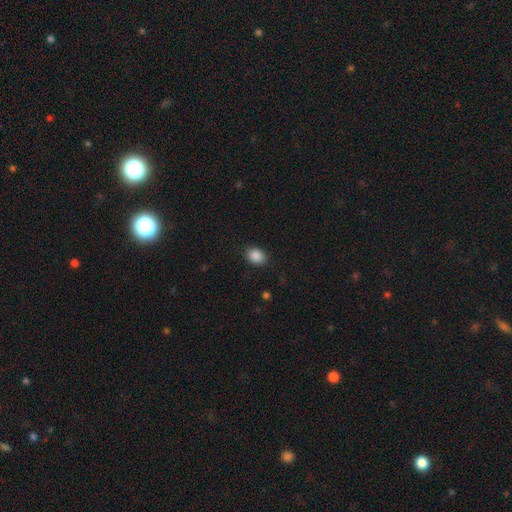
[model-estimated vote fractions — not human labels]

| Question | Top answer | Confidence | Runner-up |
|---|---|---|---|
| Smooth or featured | smooth | 88% | star or artifact (9%) |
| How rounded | in between | 60% | round (39%) |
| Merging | none | 87% | minor disturbance (9%) |